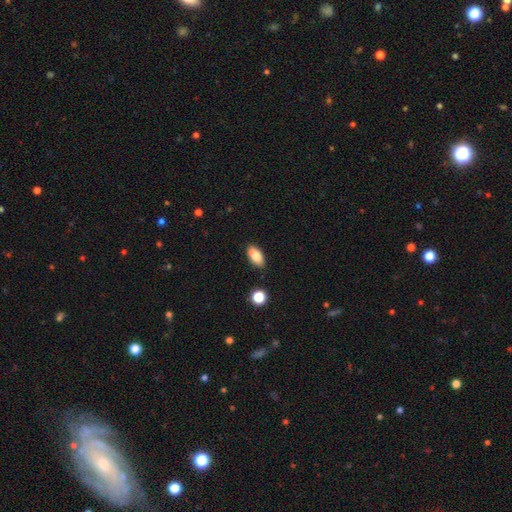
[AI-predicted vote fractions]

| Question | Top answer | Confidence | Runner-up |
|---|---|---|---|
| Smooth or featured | smooth | 82% | featured or disk (10%) |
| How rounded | in between | 89% | cigar-shaped (7%) |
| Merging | none | 83% | minor disturbance (11%) |